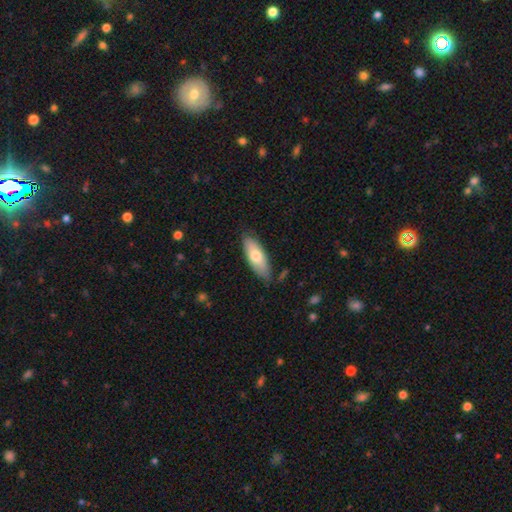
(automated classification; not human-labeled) A smooth galaxy with no disk features (70%) that is in between round and cigar-shaped (71%).

Vote fractions:
- Smooth or featured? smooth: 70% / featured or disk: 25% / star or artifact: 6%
- How rounded? in between: 71% / cigar-shaped: 27% / round: 2%
- Merging? none: 81% / minor disturbance: 15% / major disturbance: 3% / merger: 2%